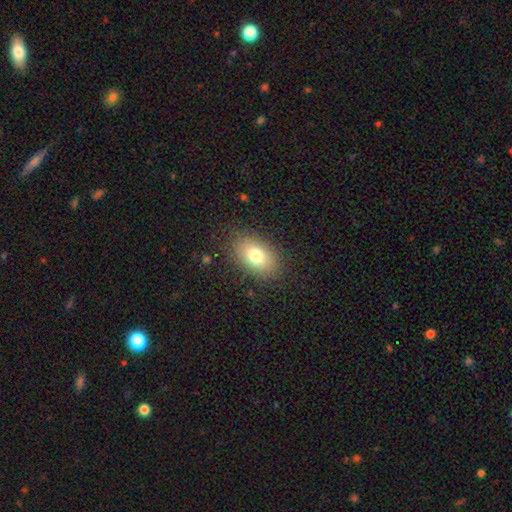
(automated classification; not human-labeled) This appears to be a smooth galaxy with no disk features (77%) that is in between round and cigar-shaped (85%). Merging: none (85%).